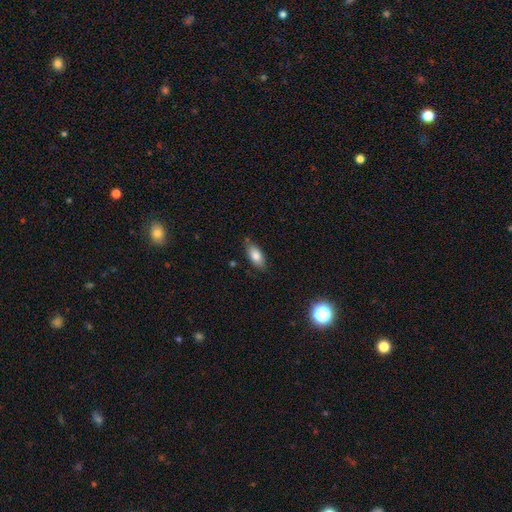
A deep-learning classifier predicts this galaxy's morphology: type=smooth (81%); roundness=in between (86%); merging=none (78%).